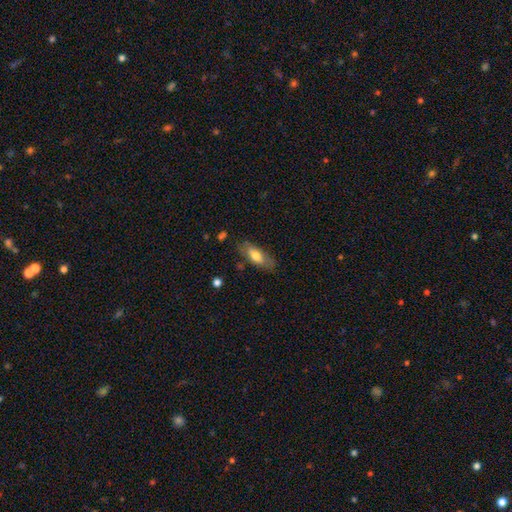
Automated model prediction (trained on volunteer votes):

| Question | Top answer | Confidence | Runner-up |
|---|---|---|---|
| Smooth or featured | smooth | 66% | featured or disk (28%) |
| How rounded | in between | 71% | cigar-shaped (27%) |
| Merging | none | 76% | minor disturbance (17%) |